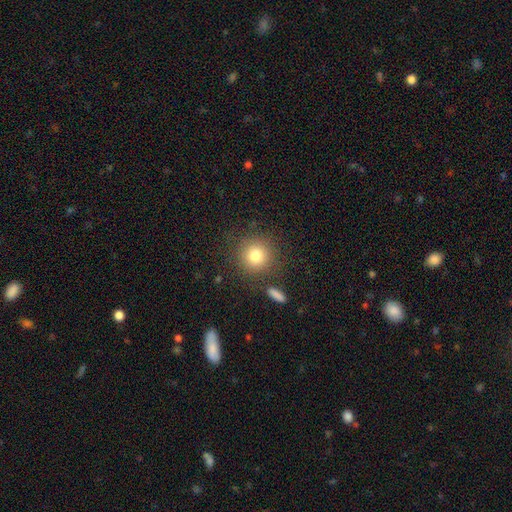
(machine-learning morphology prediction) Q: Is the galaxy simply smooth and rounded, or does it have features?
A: smooth — 80%.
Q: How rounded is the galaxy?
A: round — 92%.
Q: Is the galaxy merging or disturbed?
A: none — 83%.